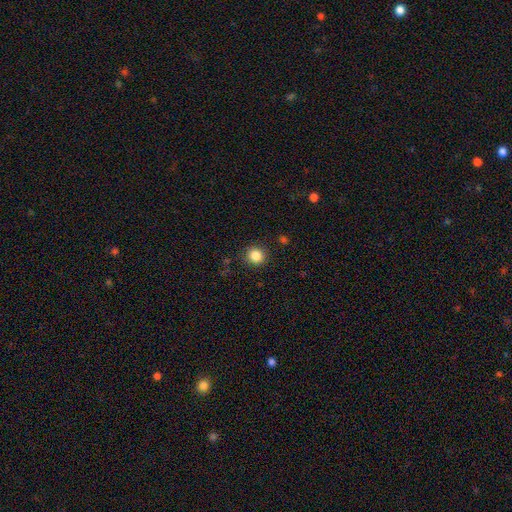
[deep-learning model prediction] Smooth or featured: smooth — 85% (star or artifact — 11%)
How rounded: round — 90% (in between — 9%)
Merging: none — 89% (minor disturbance — 7%)